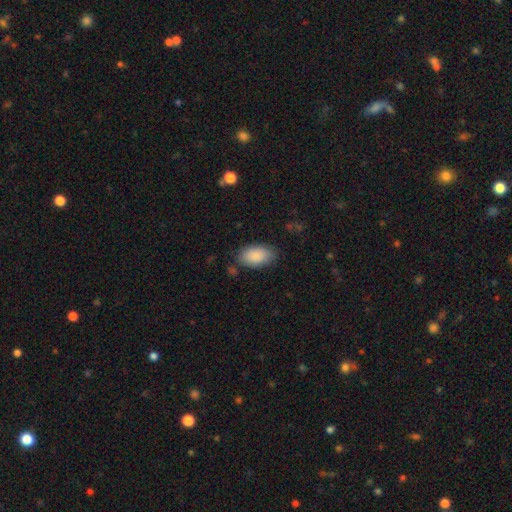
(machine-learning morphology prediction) A smooth galaxy with no disk features (89%) that is in between round and cigar-shaped (94%). Merging: none (80%).